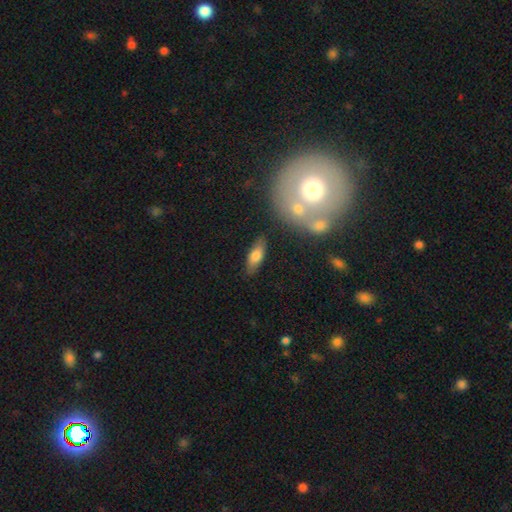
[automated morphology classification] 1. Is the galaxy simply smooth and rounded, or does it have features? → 71% smooth, 21% featured or disk, 7% star or artifact.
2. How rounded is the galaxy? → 70% in between, 27% cigar-shaped, 3% round.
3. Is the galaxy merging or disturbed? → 82% none, 12% minor disturbance, 4% merger, 3% major disturbance.